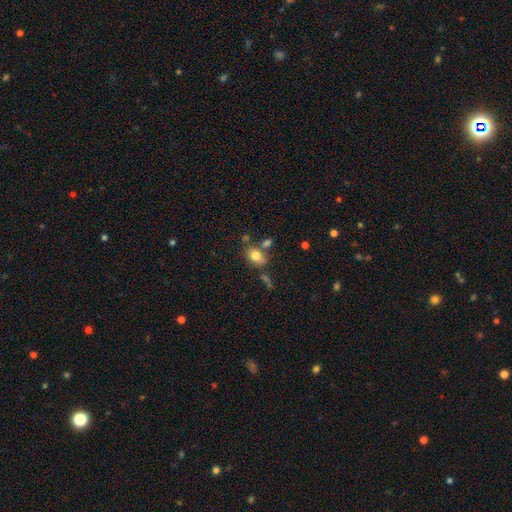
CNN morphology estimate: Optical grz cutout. It shows a smooth galaxy with no disk features (78%) that is in between round and cigar-shaped (74%). Merging: none (58%).